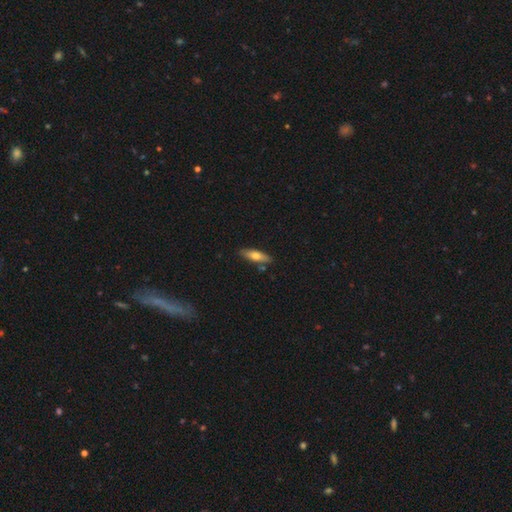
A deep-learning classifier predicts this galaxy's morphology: The model was most divided on "how rounded": cigar-shaped: 60%, in between: 38%, round: 2%. More confident: merging — none (82%); smooth or featured — smooth (62%).